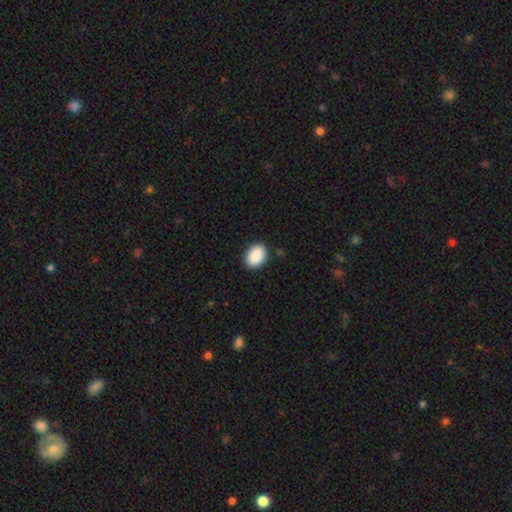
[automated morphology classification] A smooth galaxy with no disk features (91%) that is in between round and cigar-shaped (75%). Merging: none (89%).